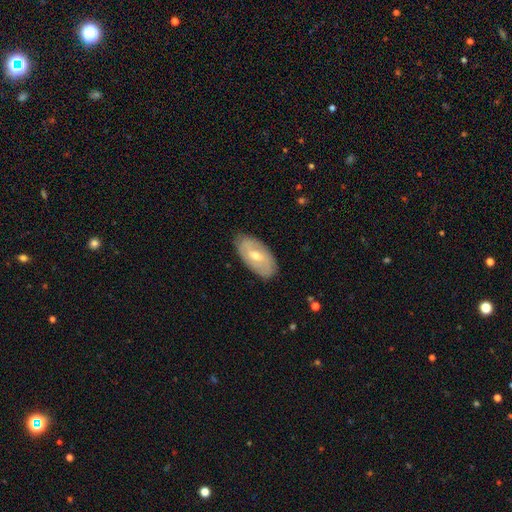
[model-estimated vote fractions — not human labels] Smooth or featured: featured or disk — 57% (smooth — 36%)
Edge-on disk: no — 89% (yes — 11%)
Bar: weak — 48% (no — 34%)
Spiral arms: yes — 58% (no — 42%)
Bulge size: moderate — 61% (small — 35%)
Merging: none — 84% (minor disturbance — 12%)